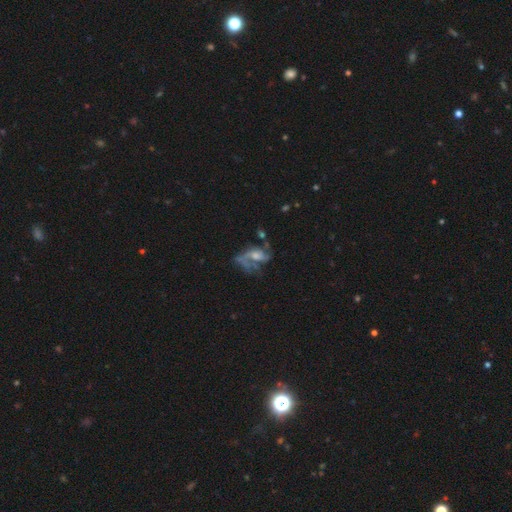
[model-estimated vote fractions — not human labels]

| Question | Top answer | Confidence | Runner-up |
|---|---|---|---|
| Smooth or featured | featured or disk | 71% | smooth (16%) |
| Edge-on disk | no | 95% | yes (5%) |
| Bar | no | 60% | weak (31%) |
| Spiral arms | yes | 77% | no (23%) |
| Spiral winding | loose | 49% | medium (37%) |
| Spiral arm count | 2 | 51% | can't tell (18%) |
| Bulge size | moderate | 41% | small (38%) |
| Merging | major disturbance | 36% | none (35%) |